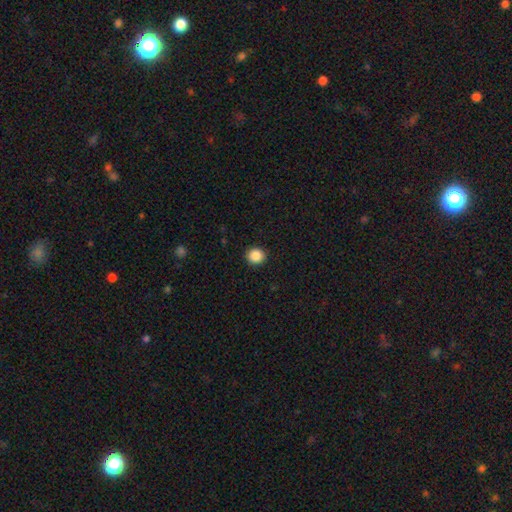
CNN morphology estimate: This is clearly a smooth galaxy (88%). How rounded: clearly round (91%). Merging: clearly none (93%).